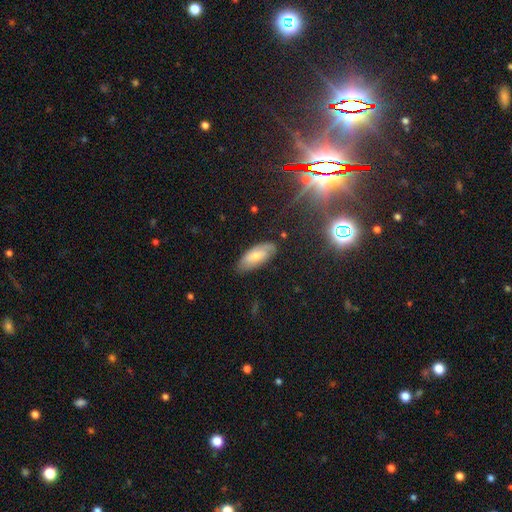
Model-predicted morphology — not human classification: Overall: smooth (57%; featured or disk 35%). How rounded: in between (85%). Merging: none (77%).